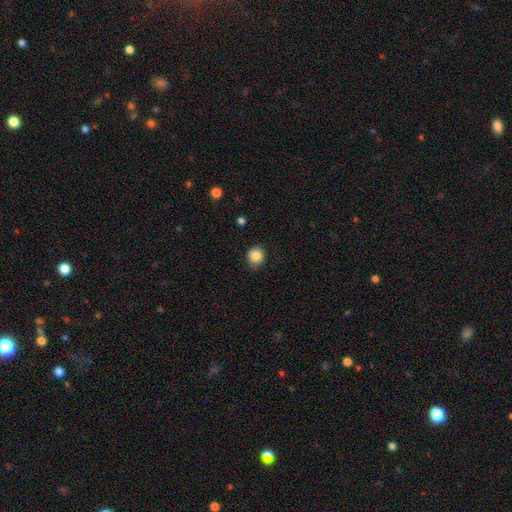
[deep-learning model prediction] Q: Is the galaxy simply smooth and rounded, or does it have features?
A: smooth — 86%.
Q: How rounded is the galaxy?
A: round — 84%.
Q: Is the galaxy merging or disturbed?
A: none — 85%.